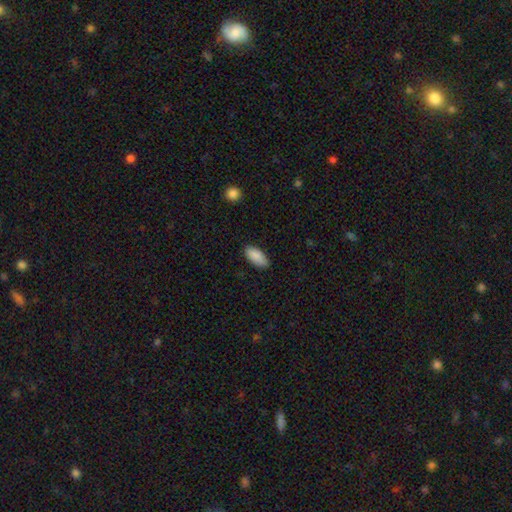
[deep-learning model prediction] A smooth galaxy with no disk features (89%) that is in between round and cigar-shaped (90%).

Vote fractions:
- Smooth or featured? smooth: 89% / star or artifact: 7% / featured or disk: 4%
- How rounded? in between: 90% / cigar-shaped: 8% / round: 2%
- Merging? none: 83% / minor disturbance: 14% / major disturbance: 2% / merger: 1%